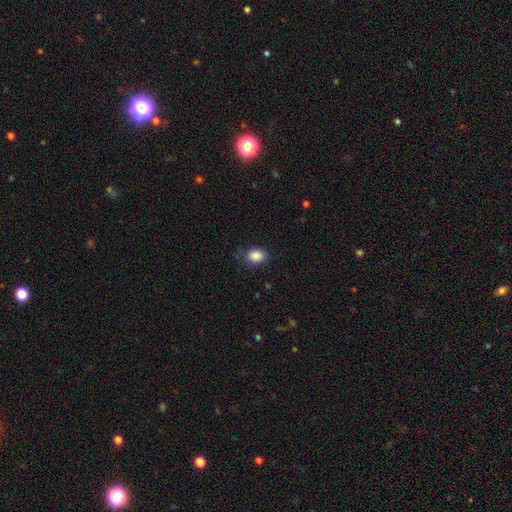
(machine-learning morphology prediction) Smooth or featured: smooth — 87% (star or artifact — 9%)
How rounded: in between — 59% (round — 40%)
Merging: none — 74% (minor disturbance — 20%)